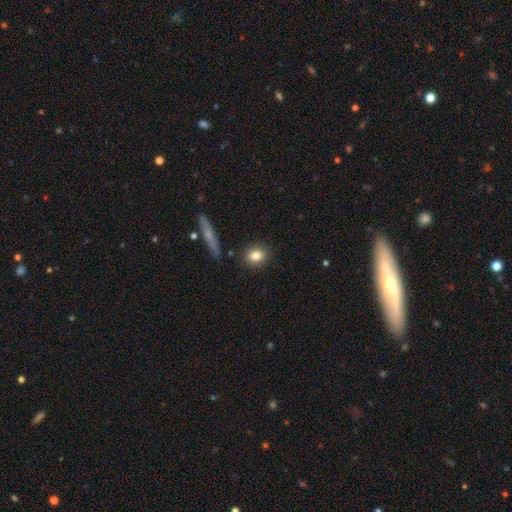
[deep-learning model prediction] Smooth or featured? Predicted: smooth (p=0.82). How rounded? Predicted: round (p=0.60). Merging? Predicted: none (p=0.87).